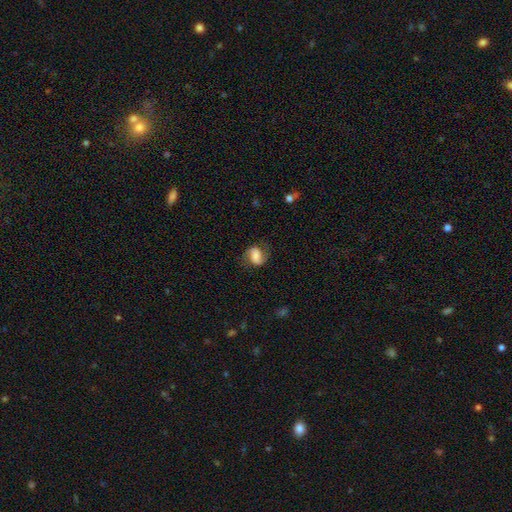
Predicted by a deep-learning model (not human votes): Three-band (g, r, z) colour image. It shows a featured or disk galaxy (49%). Merging: none (65%).